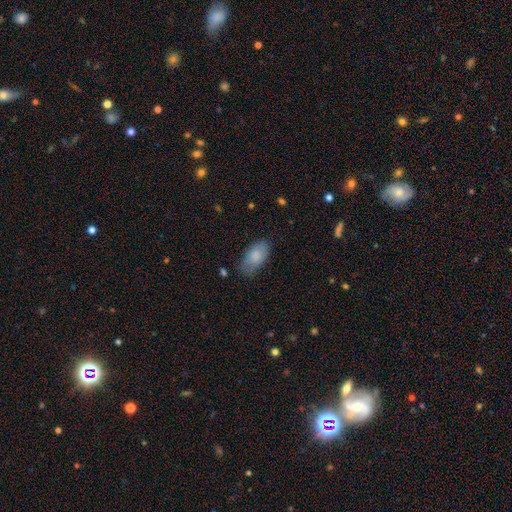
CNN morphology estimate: Smooth or featured?
  - smooth: 83% *
  - featured or disk: 11%
  - star or artifact: 6%
How rounded?
  - in between: 94% *
  - round: 3%
  - cigar-shaped: 3%
Merging?
  - none: 73% *
  - minor disturbance: 21%
  - major disturbance: 5%
  - merger: 2%